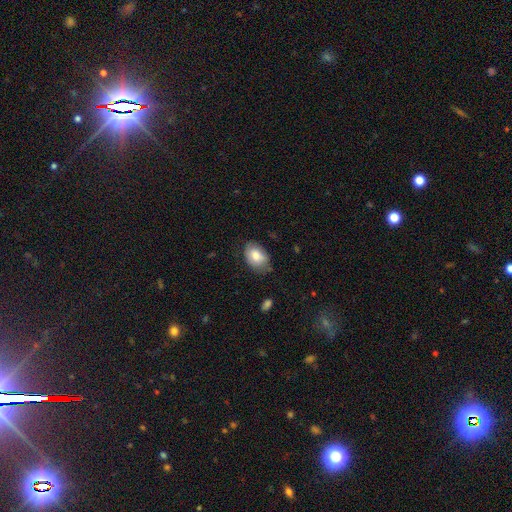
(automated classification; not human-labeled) smooth_or_featured: smooth (p=0.81) [alt: featured or disk p=0.13]
how_rounded: in between (p=0.86) [alt: round p=0.13]
merging: none (p=0.69) [alt: minor disturbance p=0.24]